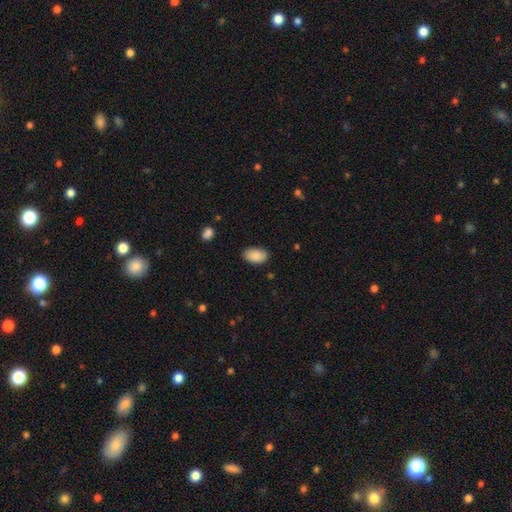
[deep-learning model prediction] Smooth or featured: smooth — 90% (star or artifact — 7%)
How rounded: in between — 93% (round — 5%)
Merging: none — 86% (minor disturbance — 11%)